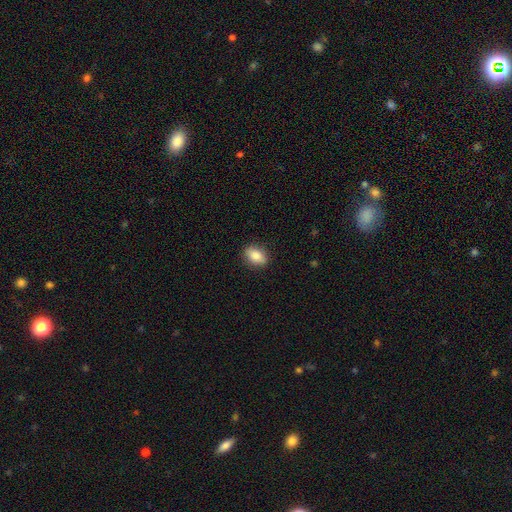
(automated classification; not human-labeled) Smooth or featured: smooth — 84% (featured or disk — 8%)
How rounded: in between — 80% (round — 17%)
Merging: none — 88% (minor disturbance — 9%)